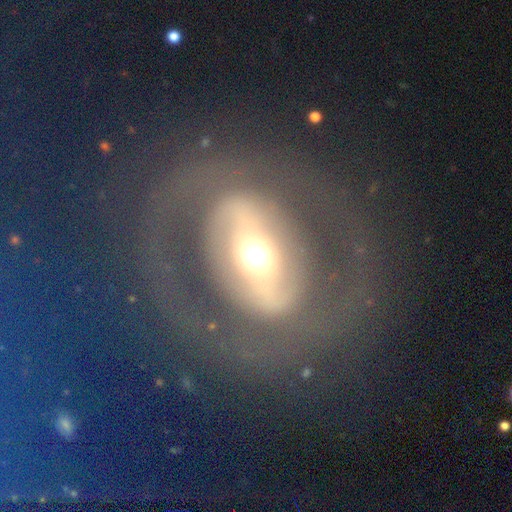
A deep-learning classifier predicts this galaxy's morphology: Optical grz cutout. It shows a featured or disk galaxy (73%) with a strong bar (53%), no spiral arms (59%) and a moderate central bulge (61%). Merging: none (73%).